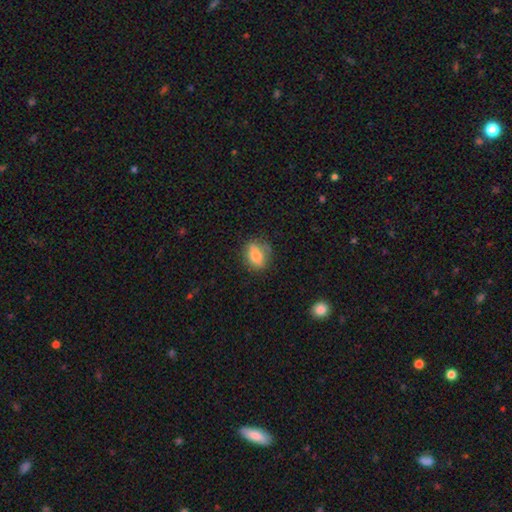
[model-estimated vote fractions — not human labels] Overall: smooth (79%). How rounded: in between (68%; round 30%). Merging: none (65%).